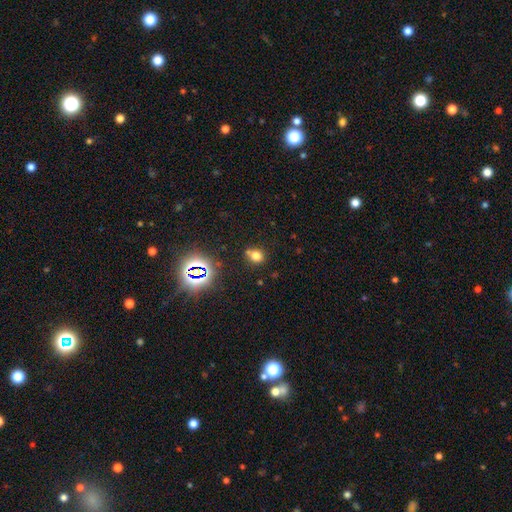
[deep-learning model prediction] smooth 69%, star or artifact 22%, featured or disk 9%. Down the decision tree: how rounded — round (75%); merging — none (66%).